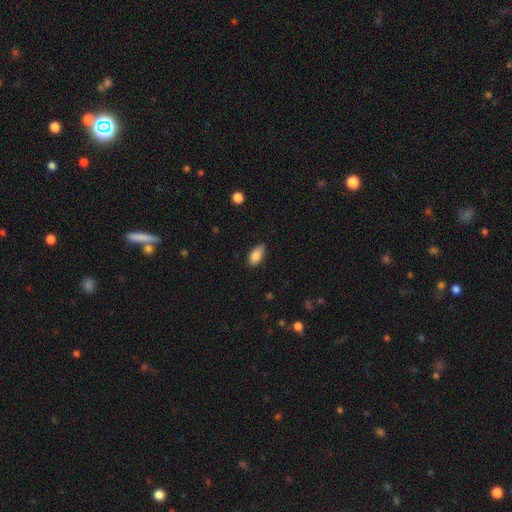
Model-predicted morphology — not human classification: This appears to be a smooth galaxy with no disk features (85%) that is in between round and cigar-shaped (91%). Merging: none (78%).